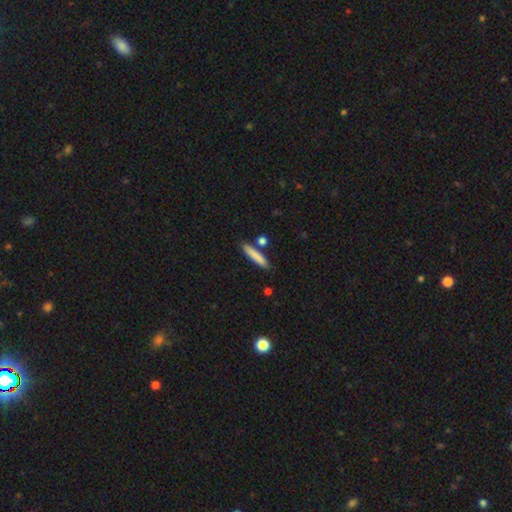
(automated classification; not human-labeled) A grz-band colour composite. It shows a smooth galaxy with no disk features (83%) that is cigar-shaped (88%). Merging: none (82%).